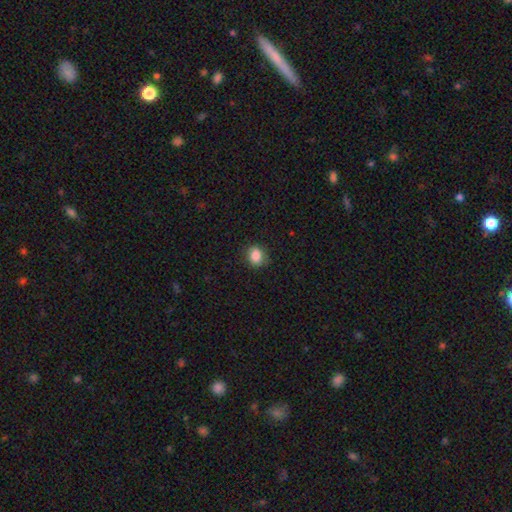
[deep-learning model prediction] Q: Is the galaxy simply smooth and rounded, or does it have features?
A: smooth — 85%.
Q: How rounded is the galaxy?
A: round — 58%.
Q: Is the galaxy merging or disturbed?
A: none — 83%.